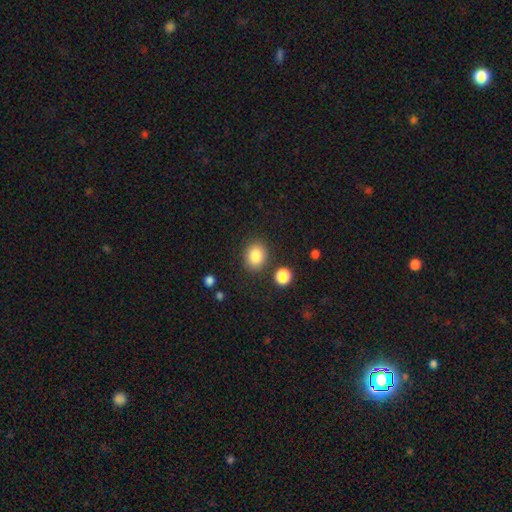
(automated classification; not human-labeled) Morphology: type=smooth (85%); roundness=round (63%); merging=none (83%).